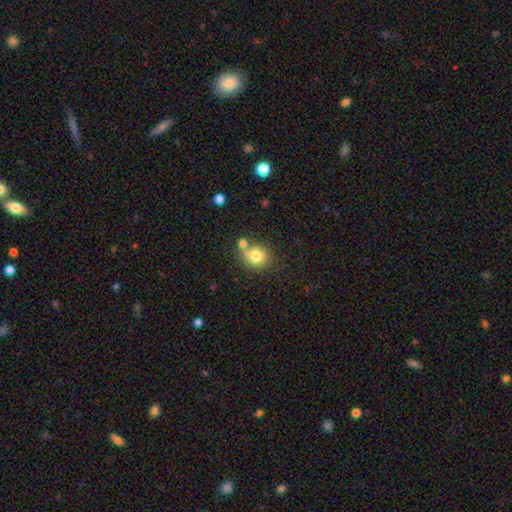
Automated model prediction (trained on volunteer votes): Smooth or featured: smooth — 79% (featured or disk — 11%)
How rounded: round — 80% (in between — 19%)
Merging: none — 54% (merger — 29%)